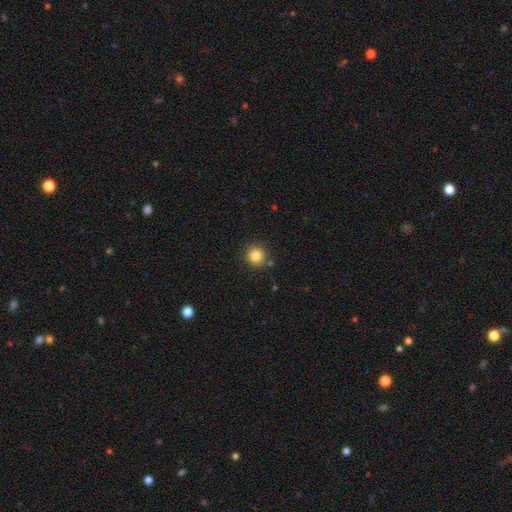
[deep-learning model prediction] This is clearly a smooth galaxy (84%). How rounded: clearly round (92%). Merging: clearly none (87%).